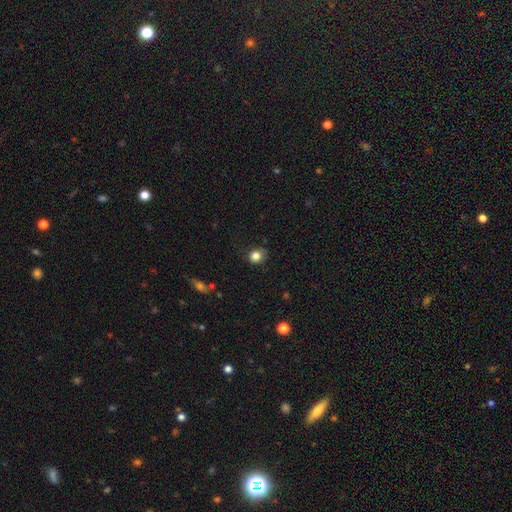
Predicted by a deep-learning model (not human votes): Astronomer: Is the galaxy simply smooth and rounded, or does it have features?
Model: smooth — 84%.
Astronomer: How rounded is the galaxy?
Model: round — 76%.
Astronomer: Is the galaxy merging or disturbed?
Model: none — 75%.